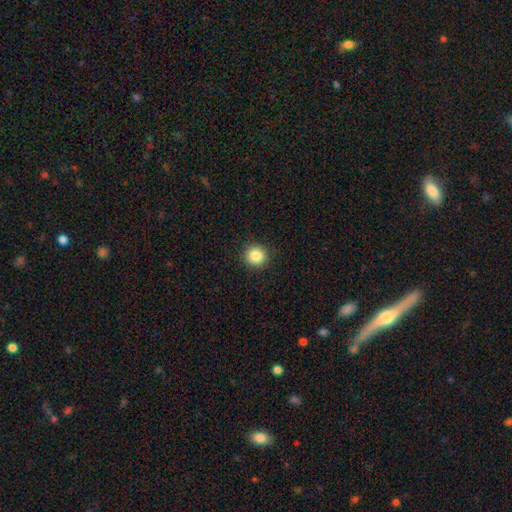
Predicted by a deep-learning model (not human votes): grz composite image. It shows a smooth galaxy with no disk features (86%) that is round (94%). Merging: none (92%).